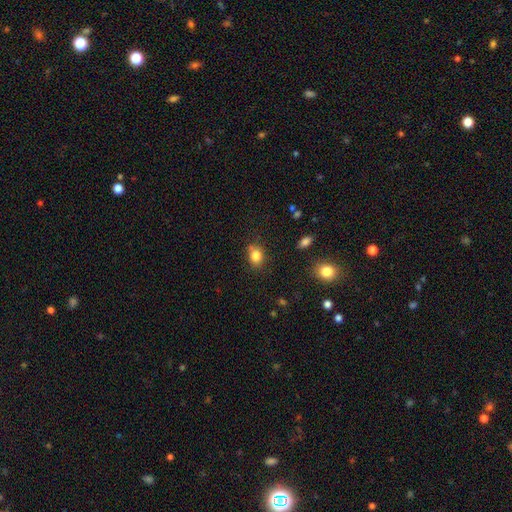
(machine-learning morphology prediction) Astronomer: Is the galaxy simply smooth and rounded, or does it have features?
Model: smooth — 83%.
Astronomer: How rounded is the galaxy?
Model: in between — 57% (runner-up: round, 41%).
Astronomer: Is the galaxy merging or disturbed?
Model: none — 70%.